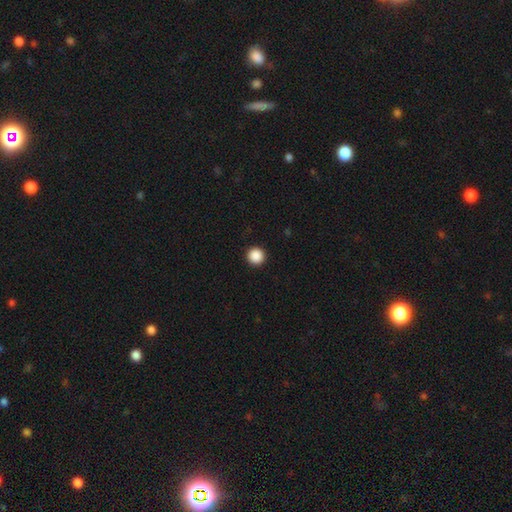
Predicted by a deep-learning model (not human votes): smooth_or_featured: smooth (p=0.88) [alt: star or artifact p=0.10]
how_rounded: round (p=0.97) [alt: in between p=0.03]
merging: none (p=0.94) [alt: minor disturbance p=0.04]